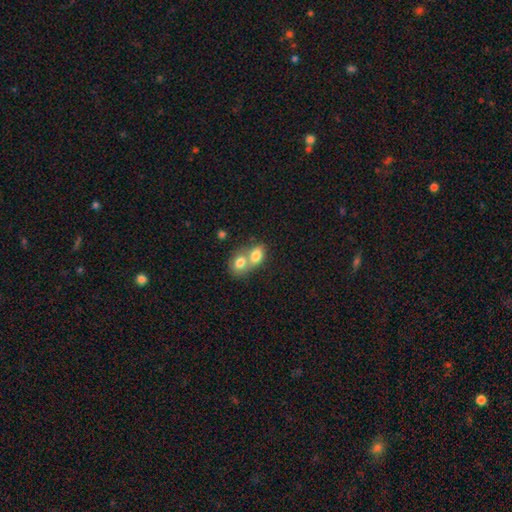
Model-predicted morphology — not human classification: This appears to be a smooth galaxy with no disk features (77%) that is in between round and cigar-shaped (71%). Merging: merger (75%).